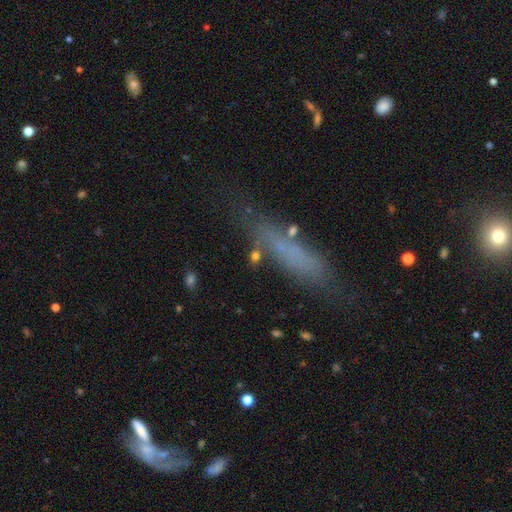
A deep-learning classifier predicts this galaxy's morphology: Smooth or featured?
  - smooth: 59% *
  - star or artifact: 21%
  - featured or disk: 20%
How rounded?
  - cigar-shaped: 42% *
  - in between: 40%
  - round: 18%
Merging?
  - none: 70% *
  - minor disturbance: 15%
  - merger: 8%
  - major disturbance: 7%